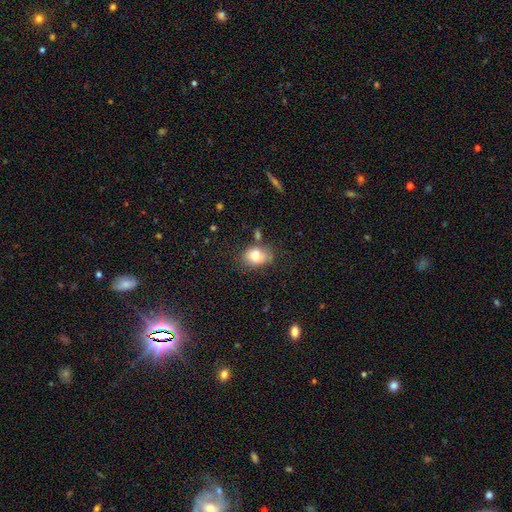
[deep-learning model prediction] Morphology: type=smooth (78%); roundness=in between (66%); merging=none (61%).